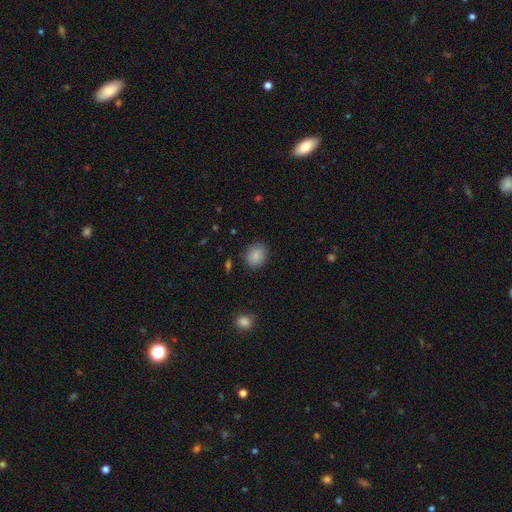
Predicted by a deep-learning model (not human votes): Q: Smooth or featured?
A: smooth (87%); runner-up: star or artifact (9%)
Q: How rounded?
A: round (64%); runner-up: in between (35%)
Q: Merging?
A: none (86%); runner-up: minor disturbance (9%)